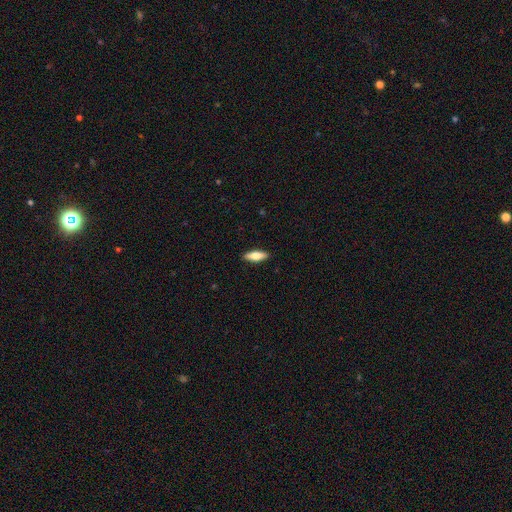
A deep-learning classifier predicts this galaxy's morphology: Q: Smooth or featured?
A: smooth (68%); runner-up: featured or disk (27%)
Q: How rounded?
A: in between (58%); runner-up: cigar-shaped (40%)
Q: Merging?
A: none (90%); runner-up: minor disturbance (7%)